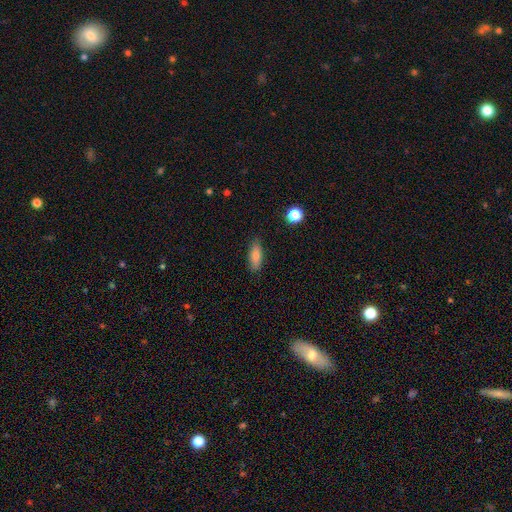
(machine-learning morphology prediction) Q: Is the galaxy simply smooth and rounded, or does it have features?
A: smooth — 80%.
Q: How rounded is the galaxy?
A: in between — 74%.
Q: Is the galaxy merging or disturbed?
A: none — 84%.